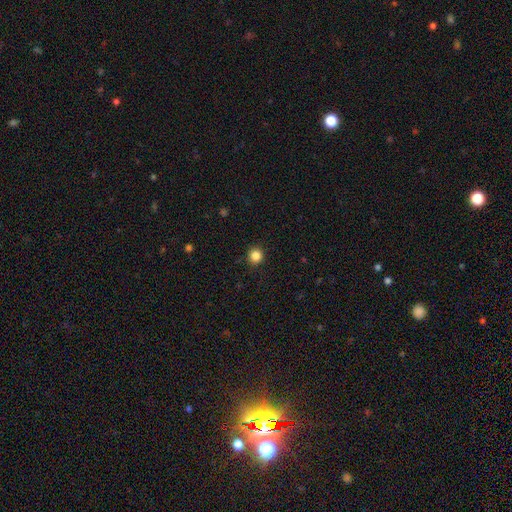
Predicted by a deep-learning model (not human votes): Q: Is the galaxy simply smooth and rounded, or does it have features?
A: smooth — 85%.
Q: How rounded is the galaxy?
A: round — 94%.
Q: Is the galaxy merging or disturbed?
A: none — 92%.